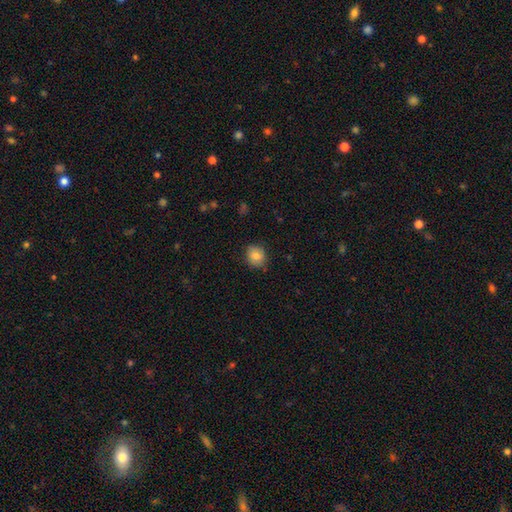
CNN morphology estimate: Smooth or featured? Predicted: smooth (p=0.83). How rounded? Predicted: round (p=0.75). Merging? Predicted: none (p=0.83).